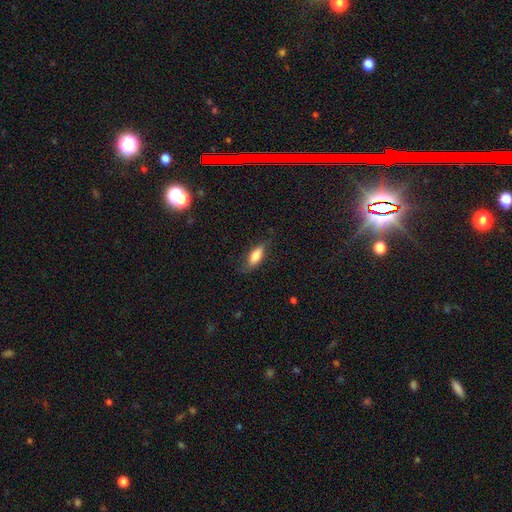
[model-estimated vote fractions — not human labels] A smooth galaxy with no disk features (77%) that is in between round and cigar-shaped (71%).

Vote fractions:
- Smooth or featured? smooth: 77% / featured or disk: 16% / star or artifact: 7%
- How rounded? in between: 71% / cigar-shaped: 26% / round: 3%
- Merging? none: 72% / minor disturbance: 21% / major disturbance: 6% / merger: 1%